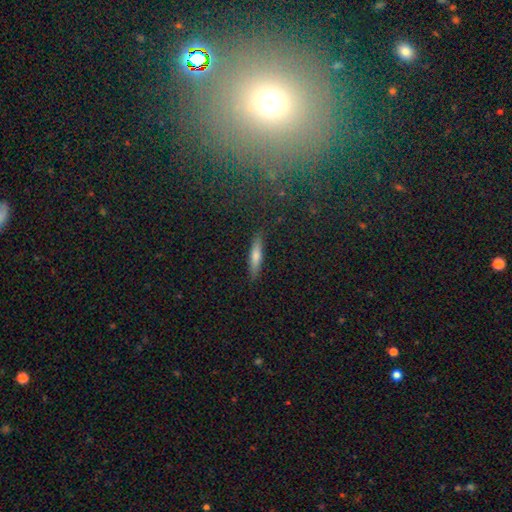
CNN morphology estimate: smooth-or-featured: smooth: 51% | featured or disk: 38% | star or artifact: 12%
  how-rounded: cigar-shaped: 84% | in between: 13% | round: 3%
  merging: none: 89% | minor disturbance: 8% | major disturbance: 2% | merger: 1%